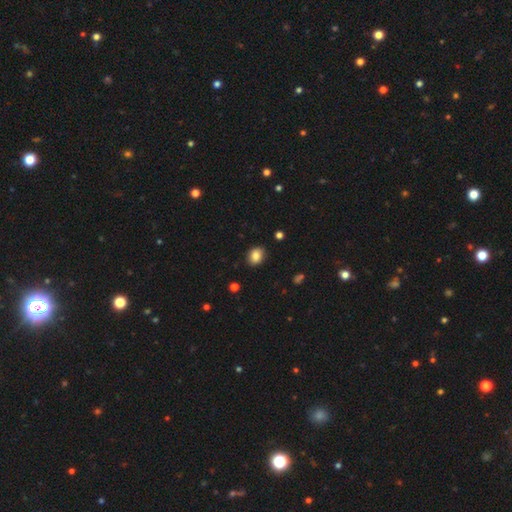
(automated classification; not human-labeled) A smooth galaxy with no disk features (84%) that is in between round and cigar-shaped (54%). Merging: none (86%).